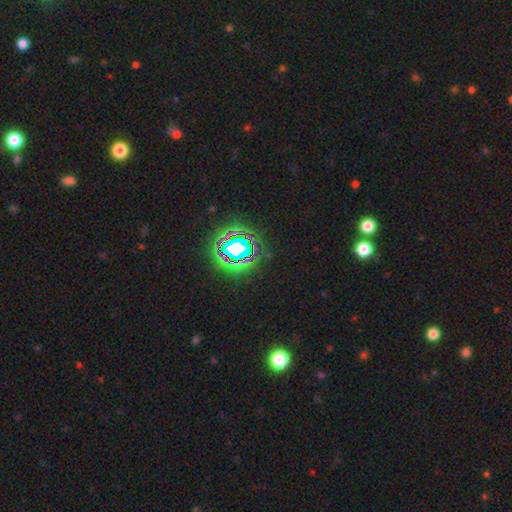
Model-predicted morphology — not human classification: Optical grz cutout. It shows a star or artifact, not a galaxy (81%).